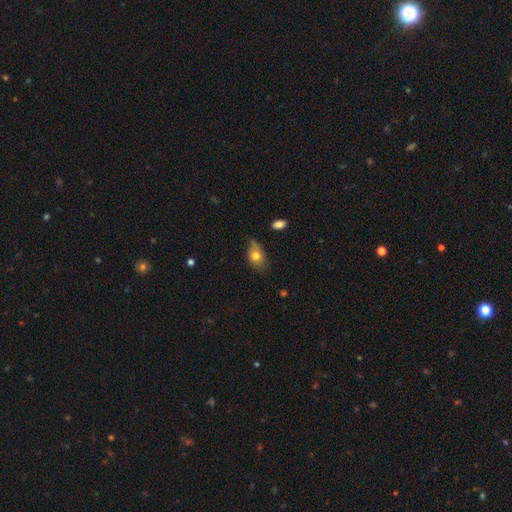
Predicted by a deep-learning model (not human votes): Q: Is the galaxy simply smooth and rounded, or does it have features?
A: smooth — 74%.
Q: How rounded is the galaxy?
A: in between — 75%.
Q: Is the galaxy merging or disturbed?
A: none — 49%.